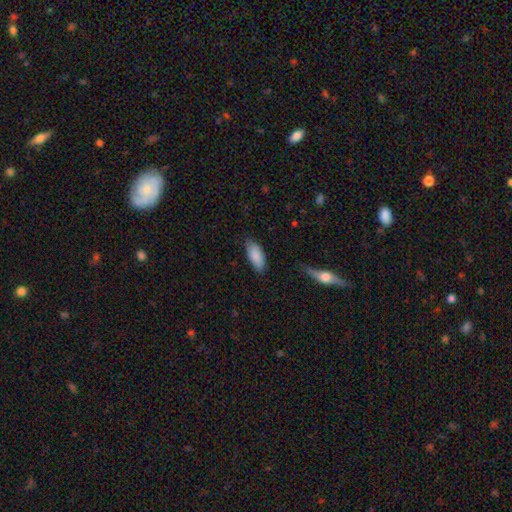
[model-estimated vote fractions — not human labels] A smooth galaxy with no disk features (86%) that is in between round and cigar-shaped (86%). Merging: none (77%).